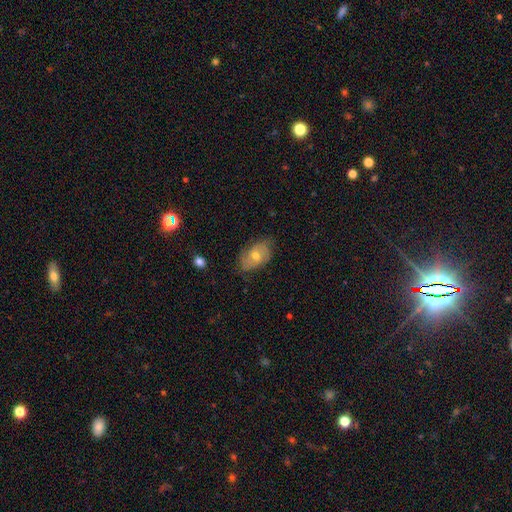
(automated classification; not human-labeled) Smooth or featured? smooth (47%)
Merging? none (71%)